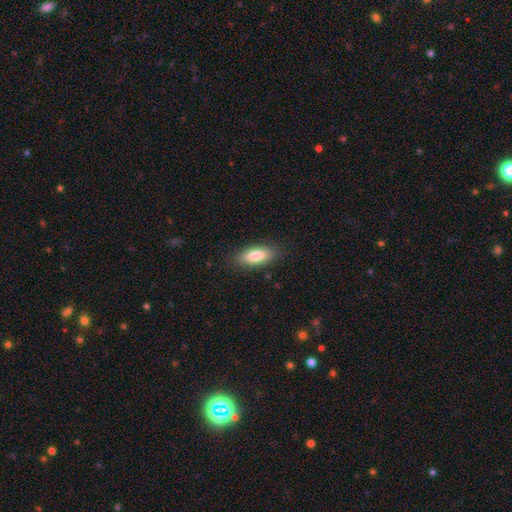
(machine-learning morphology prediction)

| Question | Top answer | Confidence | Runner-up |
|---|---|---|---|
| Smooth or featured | smooth | 84% | featured or disk (9%) |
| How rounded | in between | 80% | cigar-shaped (18%) |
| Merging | none | 85% | minor disturbance (11%) |